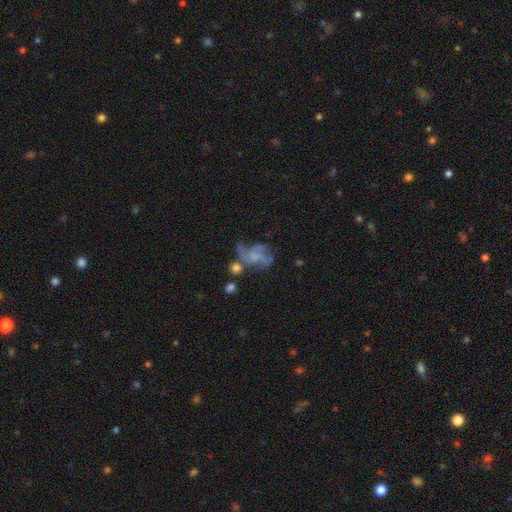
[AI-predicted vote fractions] Q: Smooth or featured?
A: featured or disk (64%); runner-up: smooth (24%)
Q: Edge-on disk?
A: no (98%); runner-up: yes (2%)
Q: Bar?
A: no (73%); runner-up: weak (23%)
Q: Spiral arms?
A: yes (74%); runner-up: no (26%)
Q: Bulge size?
A: none (46%); runner-up: small (27%)
Q: Merging?
A: major disturbance (35%); runner-up: none (33%)